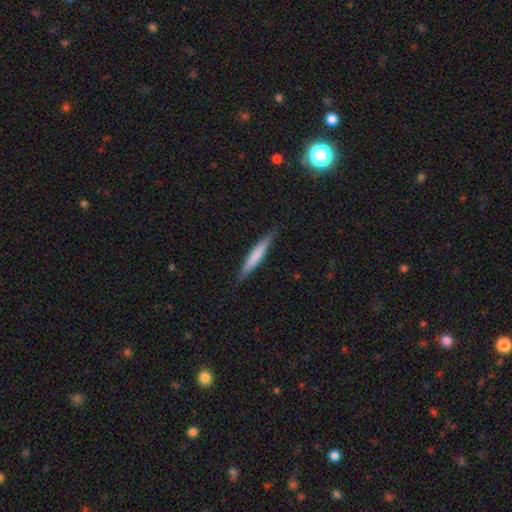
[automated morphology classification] Smooth or featured?
  - smooth: 61% *
  - featured or disk: 33%
  - star or artifact: 6%
How rounded?
  - cigar-shaped: 93% *
  - in between: 5%
  - round: 1%
Merging?
  - none: 87% *
  - minor disturbance: 10%
  - major disturbance: 2%
  - merger: 1%